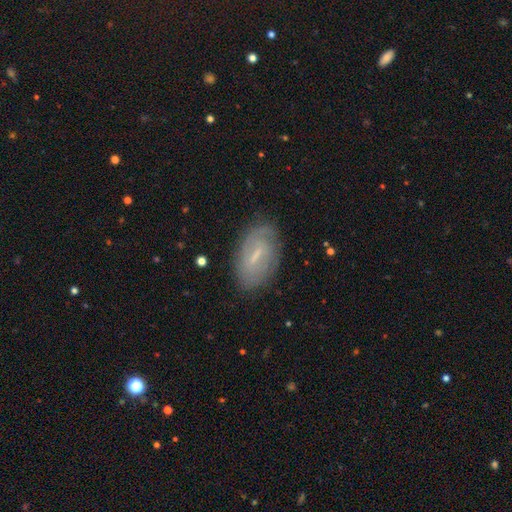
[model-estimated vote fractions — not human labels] The model was most divided on "bar": weak: 54%, strong: 31%, no: 15%. More confident: edge-on disk — no (90%); merging — none (78%); spiral arms — yes (71%); smooth or featured — featured or disk (60%); bulge size — small (56%).